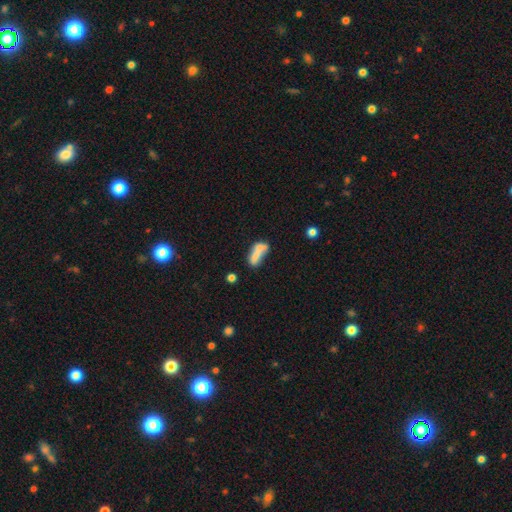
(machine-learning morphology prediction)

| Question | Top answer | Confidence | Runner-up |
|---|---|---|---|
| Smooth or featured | smooth | 66% | featured or disk (25%) |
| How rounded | in between | 66% | cigar-shaped (30%) |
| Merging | merger | 36% | none (30%) |